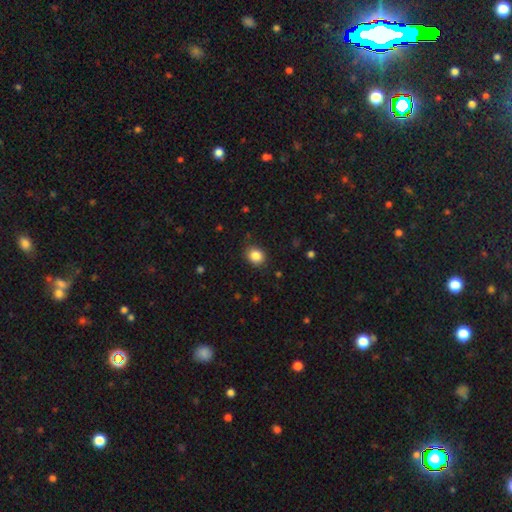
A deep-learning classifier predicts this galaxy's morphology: Overall: smooth (86%). How rounded: round (67%; in between 33%). Merging: none (86%).